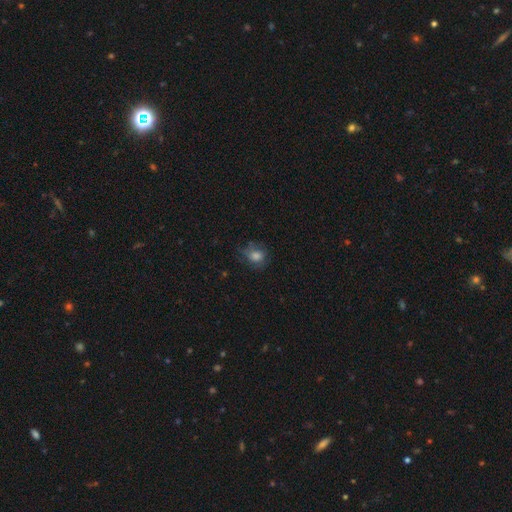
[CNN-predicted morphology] Overall: smooth (71%). How rounded: round (69%; in between 30%). Merging: none (62%; minor disturbance 24%).